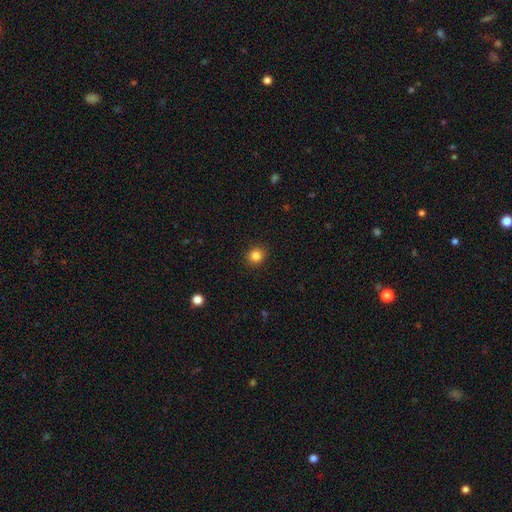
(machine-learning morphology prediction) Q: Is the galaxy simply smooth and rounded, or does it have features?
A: smooth — 84%.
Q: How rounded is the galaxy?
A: round — 87%.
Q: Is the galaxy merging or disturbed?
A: none — 91%.